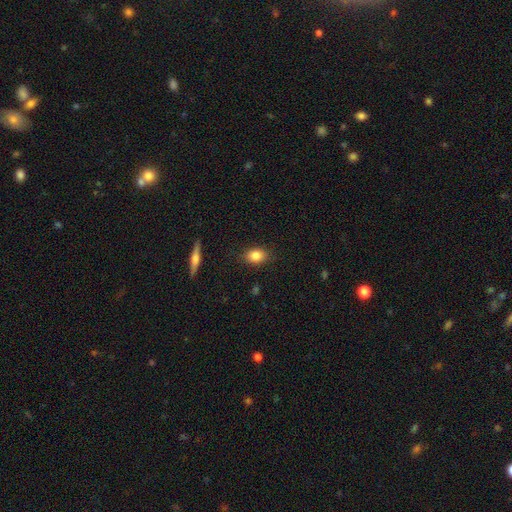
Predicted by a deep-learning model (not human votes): Overall: smooth (83%). How rounded: in between (71%). Merging: none (86%).